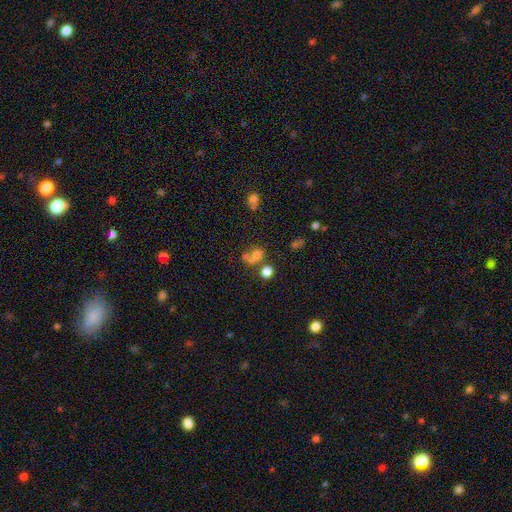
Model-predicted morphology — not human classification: This appears to be a smooth galaxy with no disk features (63%) that is round (66%). Merging: merger (41%).